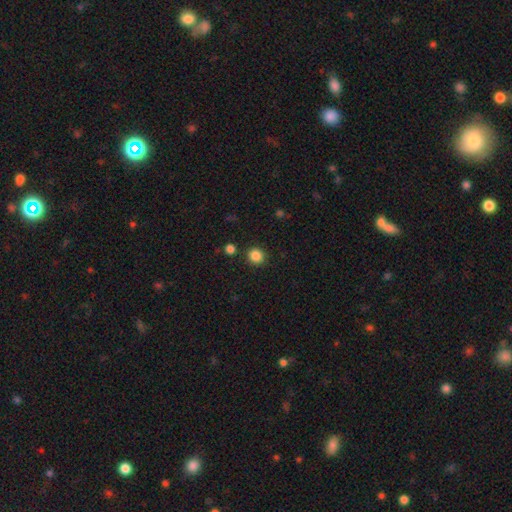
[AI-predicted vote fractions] Smooth or featured? smooth (86%)
How rounded? round (86%)
Merging? none (87%)